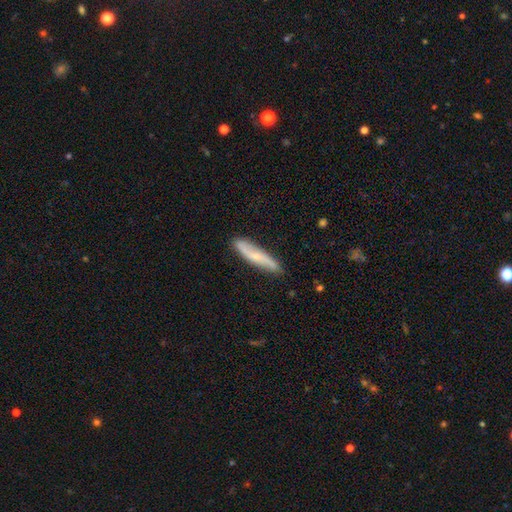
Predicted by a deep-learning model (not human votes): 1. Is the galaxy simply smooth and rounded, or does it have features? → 52% featured or disk, 42% smooth, 6% star or artifact.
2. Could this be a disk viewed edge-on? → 51% no, 49% yes.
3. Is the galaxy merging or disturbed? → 82% none, 14% minor disturbance, 2% major disturbance, 2% merger.